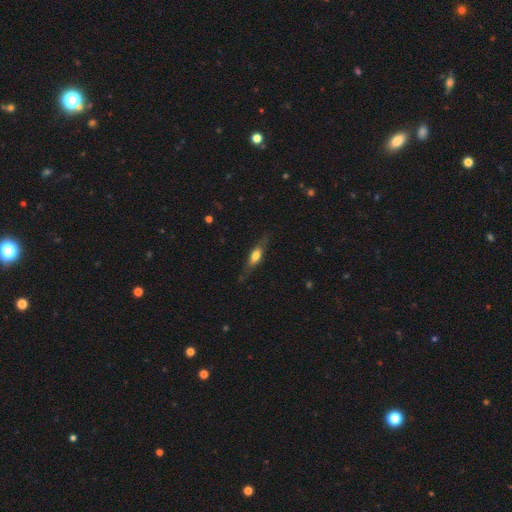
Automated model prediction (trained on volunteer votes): smooth_or_featured: smooth (p=0.50) [alt: featured or disk p=0.43]
merging: none (p=0.75) [alt: minor disturbance p=0.17]